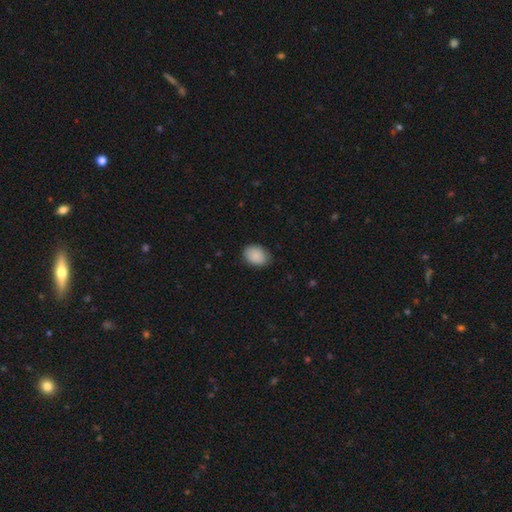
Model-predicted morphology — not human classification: Overall: smooth (90%). How rounded: in between (76%). Merging: none (82%).